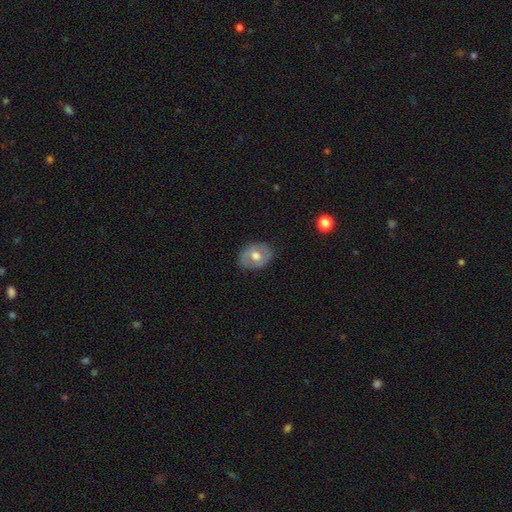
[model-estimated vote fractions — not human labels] Smooth or featured? smooth (55%)
How rounded? in between (61%)
Merging? none (78%)